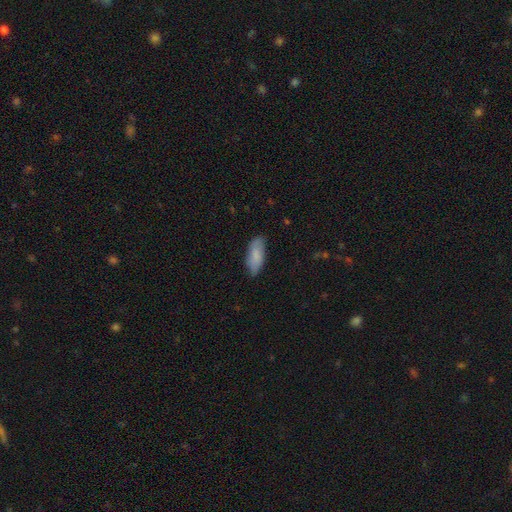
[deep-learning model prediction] smooth 84%, featured or disk 11%, star or artifact 6%. Down the decision tree: how rounded — in between (76%); merging — none (80%).